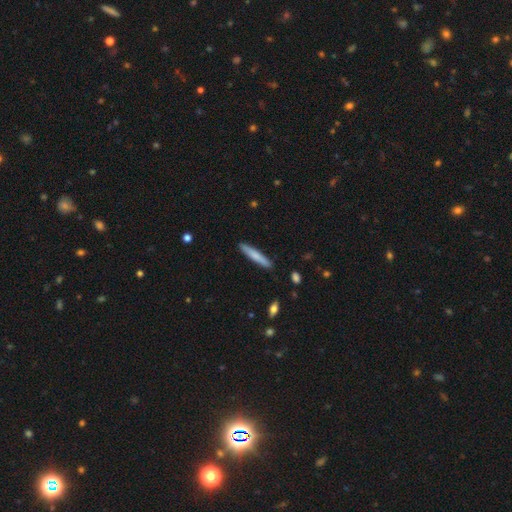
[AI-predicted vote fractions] Morphology: type=smooth (73%); roundness=cigar-shaped (93%); merging=none (90%).